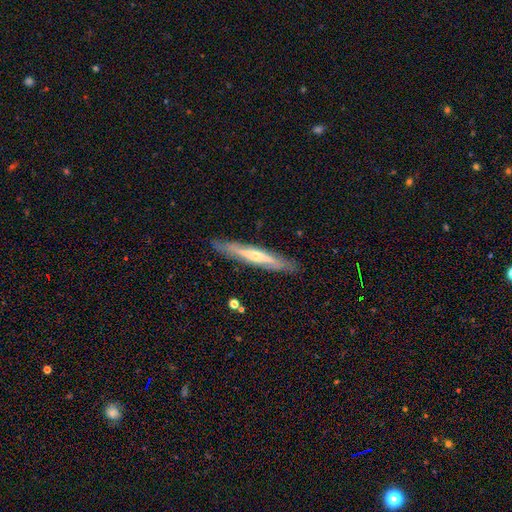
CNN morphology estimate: A featured or disk galaxy (68%) viewed edge-on (78%) with a rounded central bulge (67%).

Vote fractions:
- Smooth or featured? featured or disk: 68% / smooth: 26% / star or artifact: 6%
- Edge-on disk? yes: 78% / no: 22%
- Edge-on bulge? rounded: 67% / none: 29% / boxy: 4%
- Merging? none: 84% / minor disturbance: 12% / major disturbance: 2% / merger: 1%